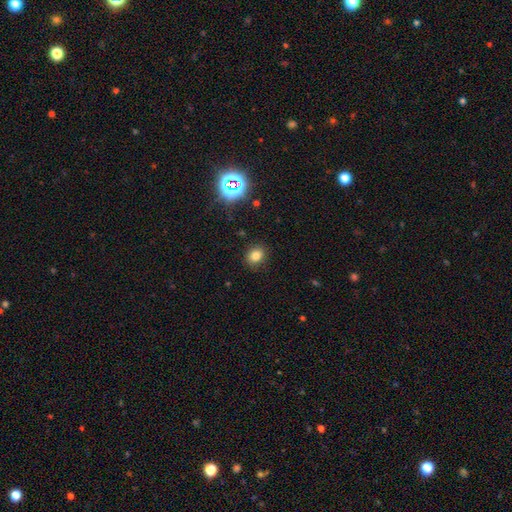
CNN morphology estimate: smooth_or_featured: smooth (p=0.78) [alt: star or artifact p=0.16]
how_rounded: round (p=0.54) [alt: in between p=0.45]
merging: none (p=0.87) [alt: minor disturbance p=0.09]